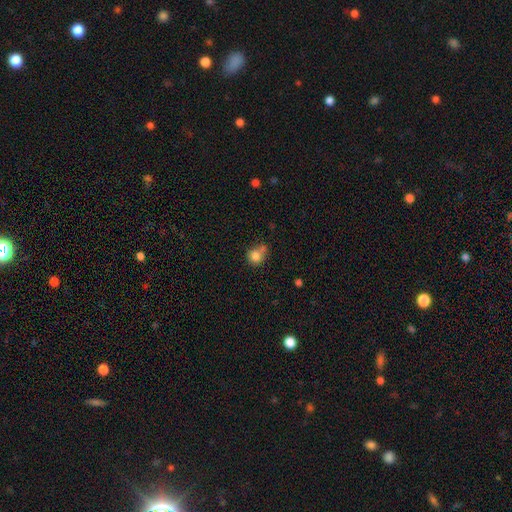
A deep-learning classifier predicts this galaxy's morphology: The model was most divided on "merging": none: 45%, merger: 25%, minor disturbance: 22%, major disturbance: 8%. More confident: smooth or featured — smooth (81%); how rounded — round (78%).